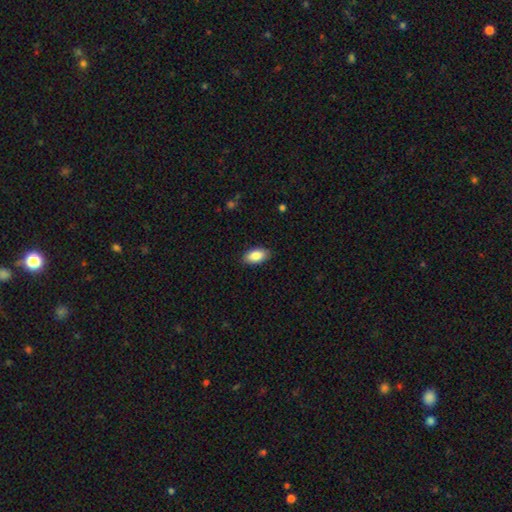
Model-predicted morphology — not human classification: smooth-or-featured: smooth: 86% | featured or disk: 8% | star or artifact: 7%
  how-rounded: in between: 94% | round: 4% | cigar-shaped: 3%
  merging: none: 88% | minor disturbance: 9% | major disturbance: 2% | merger: 1%